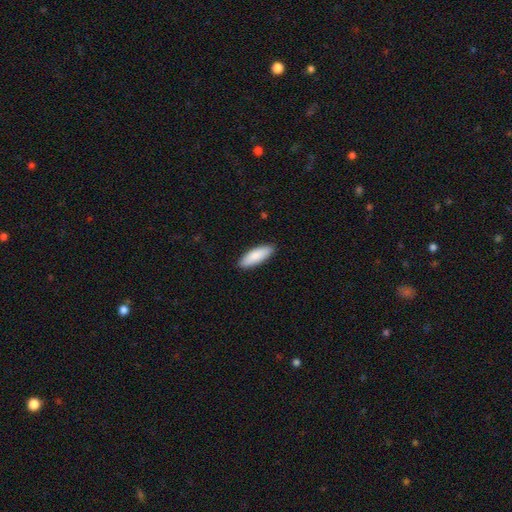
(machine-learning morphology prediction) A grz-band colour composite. It shows a smooth galaxy with no disk features (88%) that is in between round and cigar-shaped (63%). Merging: none (90%).